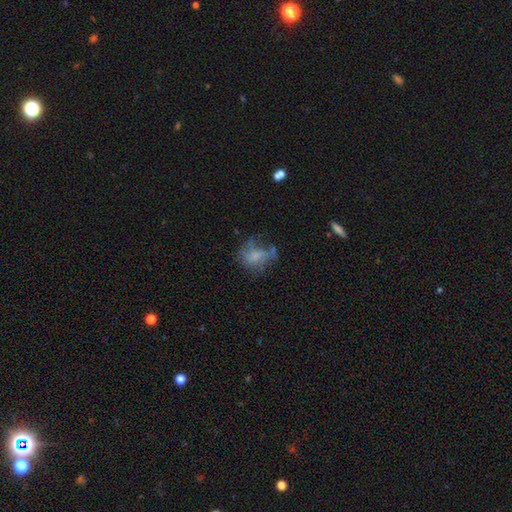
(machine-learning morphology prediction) Smooth or featured? smooth (47%)
Merging? none (41%)